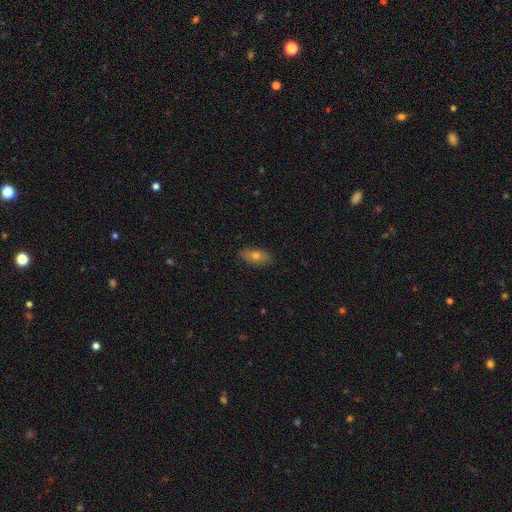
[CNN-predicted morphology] Smooth or featured?
  - smooth: 66% *
  - featured or disk: 24%
  - star or artifact: 10%
How rounded?
  - in between: 86% *
  - cigar-shaped: 9%
  - round: 5%
Merging?
  - none: 87% *
  - minor disturbance: 10%
  - major disturbance: 2%
  - merger: 1%